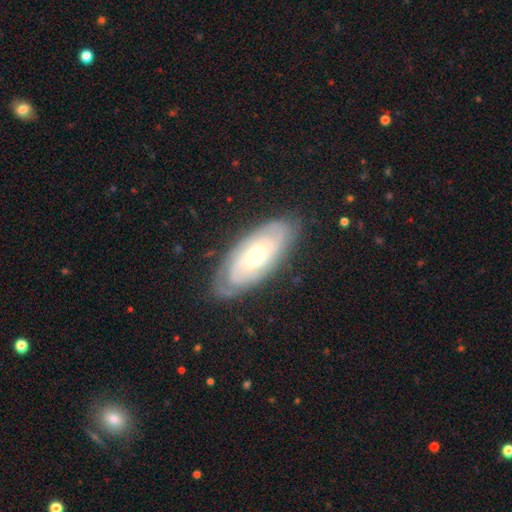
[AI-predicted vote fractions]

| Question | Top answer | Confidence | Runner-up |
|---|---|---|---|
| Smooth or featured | featured or disk | 74% | smooth (21%) |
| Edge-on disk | no | 89% | yes (11%) |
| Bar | no | 61% | weak (30%) |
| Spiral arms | yes | 87% | no (13%) |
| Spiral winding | tight | 70% | medium (23%) |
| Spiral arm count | can't tell | 46% | 2 (31%) |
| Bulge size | moderate | 67% | small (22%) |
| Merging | none | 79% | minor disturbance (16%) |